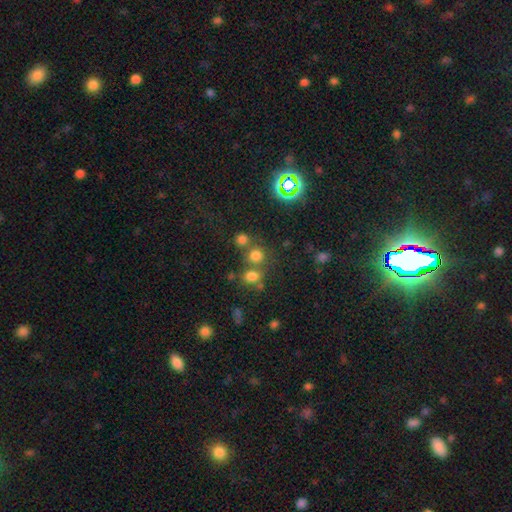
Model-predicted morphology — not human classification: This appears to be a smooth galaxy with no disk features (70%) that is round (81%). Merging: none (60%).